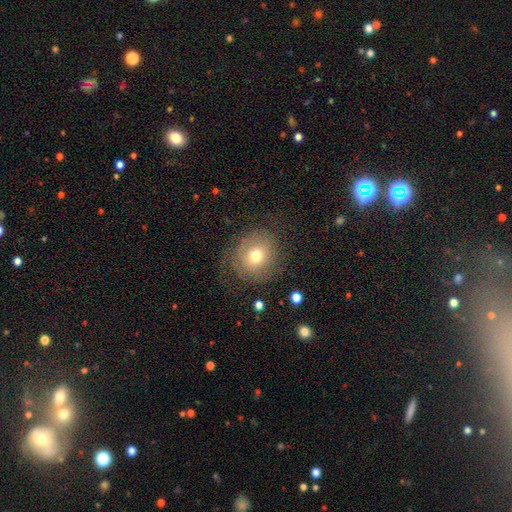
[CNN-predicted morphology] Smooth or featured? smooth (67%)
How rounded? round (84%)
Merging? none (70%)